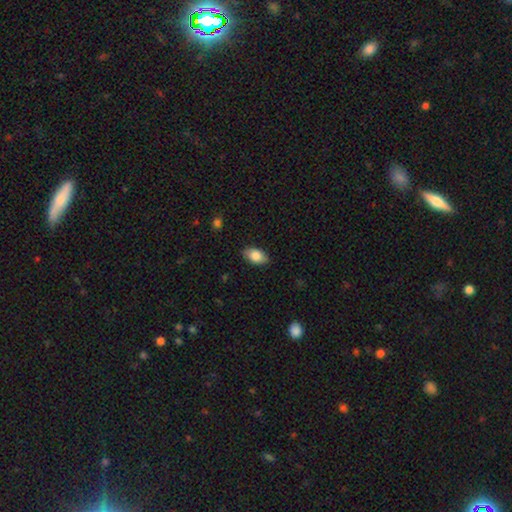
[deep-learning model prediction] smooth_or_featured: smooth (p=0.84) [alt: featured or disk p=0.09]
how_rounded: in between (p=0.92) [alt: round p=0.06]
merging: none (p=0.86) [alt: minor disturbance p=0.11]